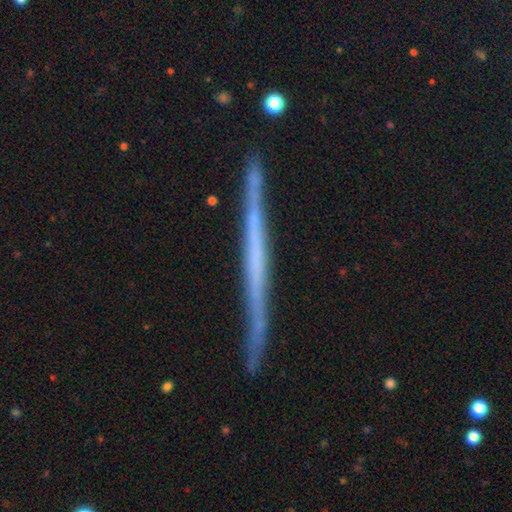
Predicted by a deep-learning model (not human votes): The model was most divided on "smooth or featured": featured or disk: 56%, smooth: 28%, star or artifact: 16%. More confident: edge-on disk — yes (94%); merging — none (84%); edge-on bulge — none (74%).